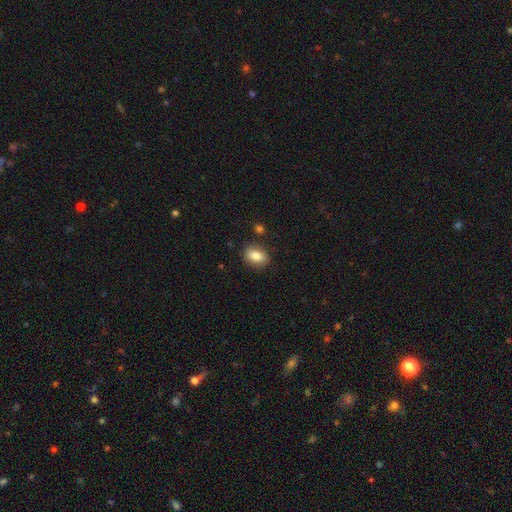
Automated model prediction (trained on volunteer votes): Smooth or featured?
  - smooth: 84% *
  - star or artifact: 8%
  - featured or disk: 8%
How rounded?
  - in between: 82% *
  - round: 16%
  - cigar-shaped: 2%
Merging?
  - none: 84% *
  - minor disturbance: 11%
  - major disturbance: 3%
  - merger: 2%